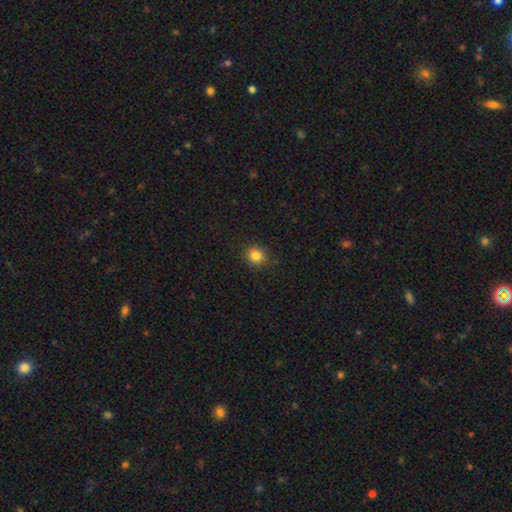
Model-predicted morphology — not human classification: Overall: smooth (82%). How rounded: round (85%). Merging: none (89%).